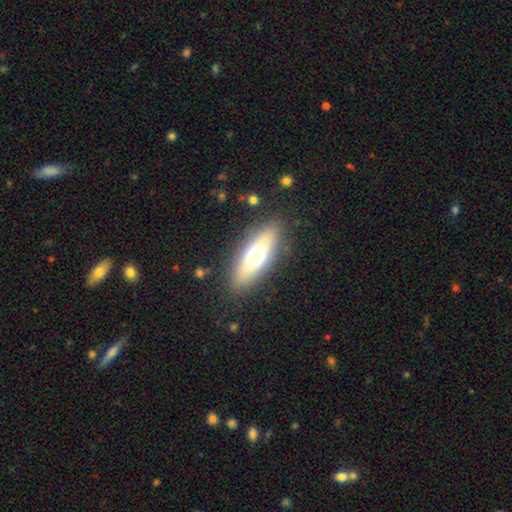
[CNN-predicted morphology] smooth_or_featured: smooth (p=0.58) [alt: featured or disk p=0.33]
how_rounded: in between (p=0.58) [alt: cigar-shaped p=0.37]
merging: none (p=0.85) [alt: minor disturbance p=0.09]